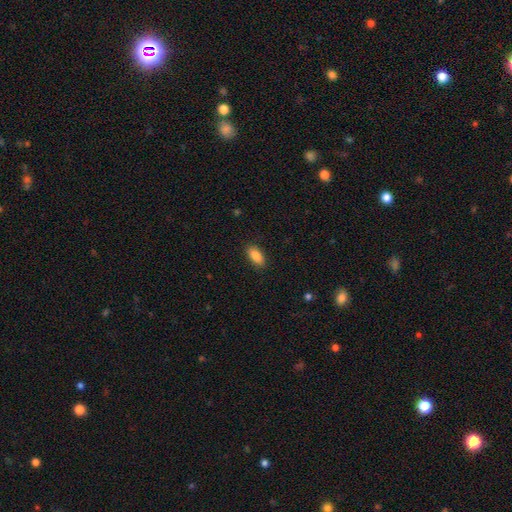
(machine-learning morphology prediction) Q: Smooth or featured?
A: smooth (88%); runner-up: star or artifact (7%)
Q: How rounded?
A: in between (91%); runner-up: cigar-shaped (6%)
Q: Merging?
A: none (88%); runner-up: minor disturbance (9%)